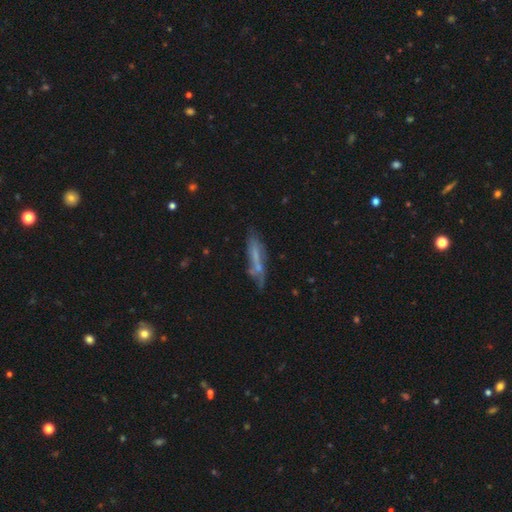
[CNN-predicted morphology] type=featured or disk (49%); merging=none (55%).